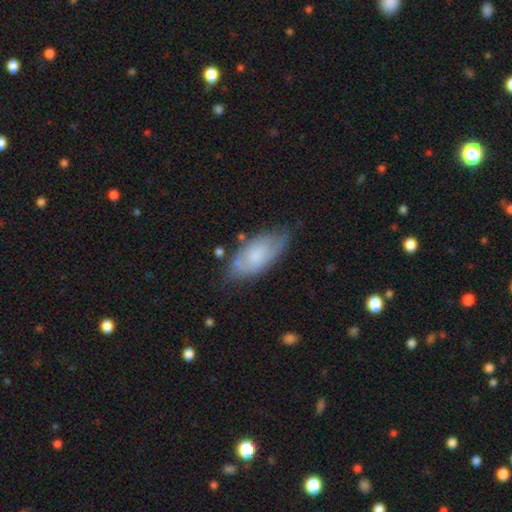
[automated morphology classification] This is possibly a smooth galaxy (57%). How rounded: clearly in between (89%). Merging: likely none (61%).